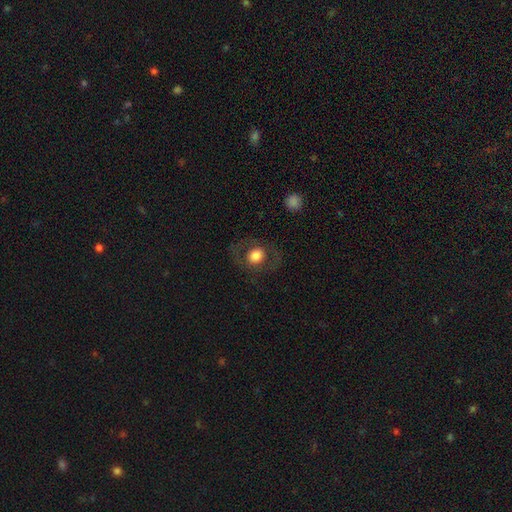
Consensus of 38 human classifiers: A smooth galaxy with no disk features (71%) that is round (81%). Merging: none (86%).